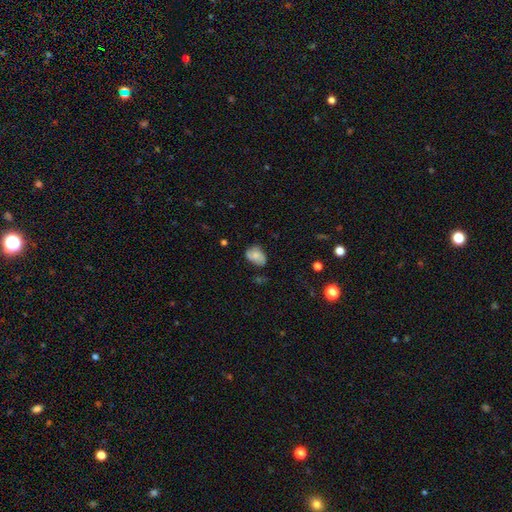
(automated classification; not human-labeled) Smooth or featured? smooth (65%)
How rounded? in between (78%)
Merging? none (58%)